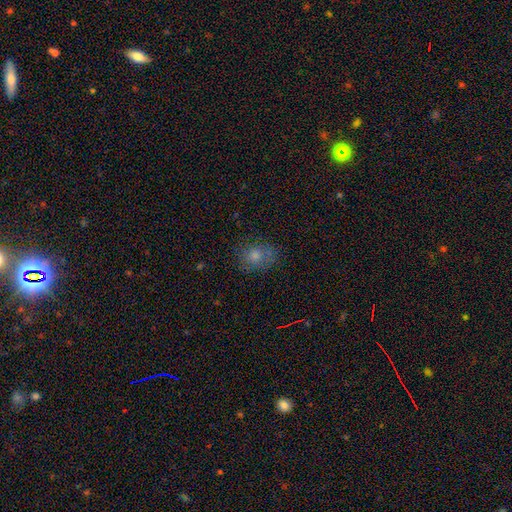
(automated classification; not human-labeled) This appears to be a smooth galaxy with no disk features (74%) that is round (57%). Merging: none (72%).